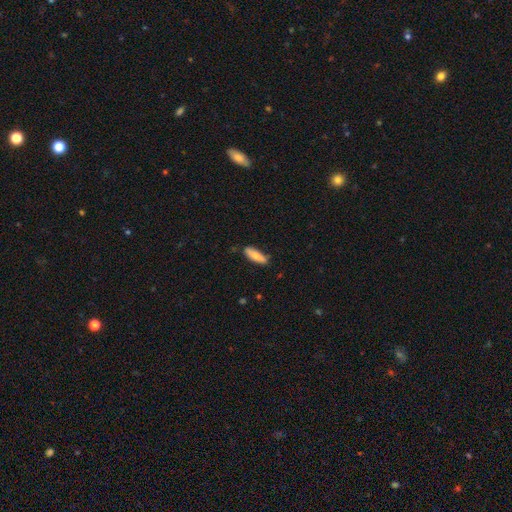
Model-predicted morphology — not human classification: type=smooth (77%); roundness=cigar-shaped (53%); merging=none (79%).